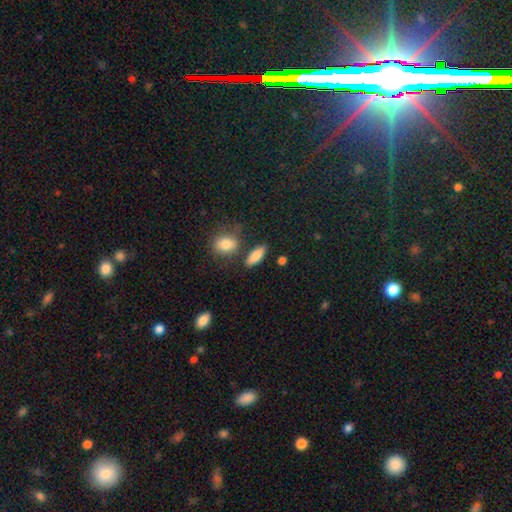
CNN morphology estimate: Smooth or featured?
  - smooth: 80% *
  - featured or disk: 13%
  - star or artifact: 7%
How rounded?
  - in between: 66% *
  - cigar-shaped: 29%
  - round: 5%
Merging?
  - none: 77% *
  - minor disturbance: 12%
  - merger: 8%
  - major disturbance: 4%